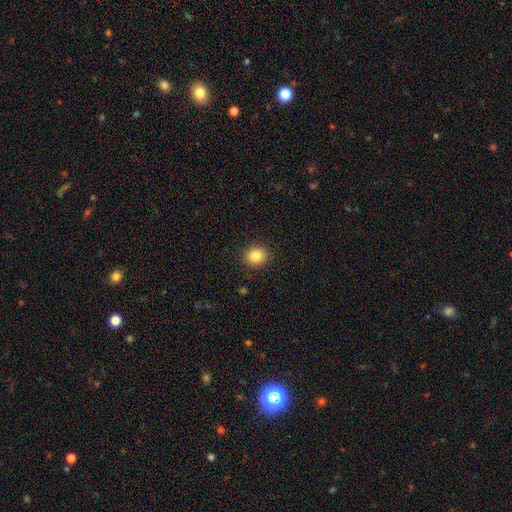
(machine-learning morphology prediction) Q: Smooth or featured?
A: smooth (85%); runner-up: star or artifact (10%)
Q: How rounded?
A: round (76%); runner-up: in between (23%)
Q: Merging?
A: none (90%); runner-up: minor disturbance (7%)